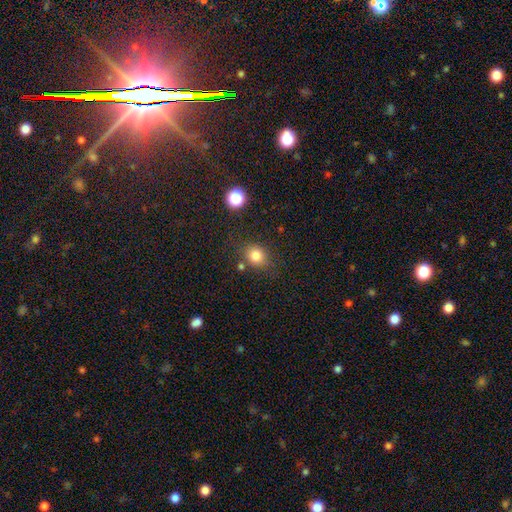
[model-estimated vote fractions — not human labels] This is clearly a smooth galaxy (81%). How rounded: likely round (71%). Merging: likely none (75%).